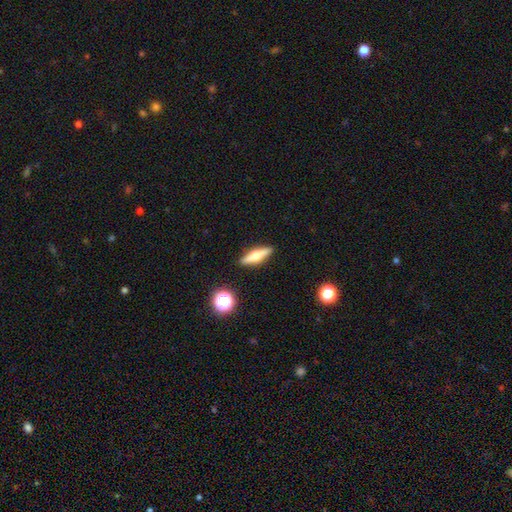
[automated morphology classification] The model was most divided on "smooth or featured": featured or disk: 60%, smooth: 33%, star or artifact: 7%. More confident: edge-on disk — yes (96%); edge-on bulge — rounded (93%); merging — none (90%).